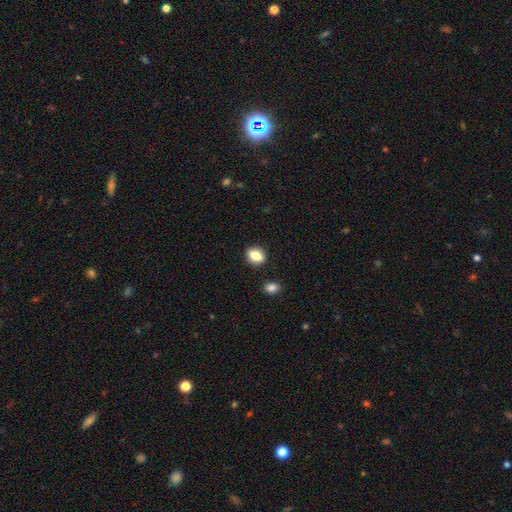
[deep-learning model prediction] A smooth galaxy with no disk features (83%) that is in between round and cigar-shaped (59%). Merging: none (88%).